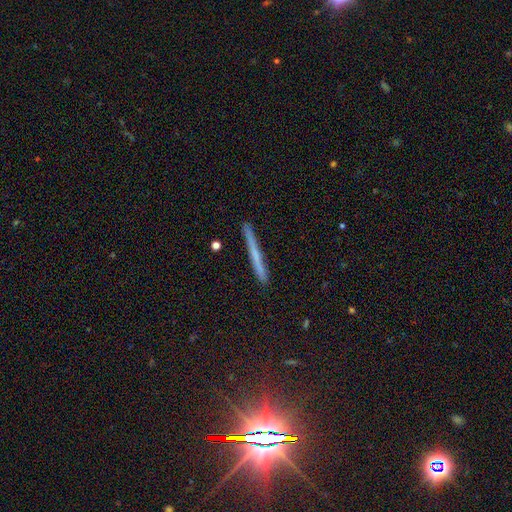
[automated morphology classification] smooth 49%, featured or disk 42%, star or artifact 9%. Down the decision tree: merging — none (90%).